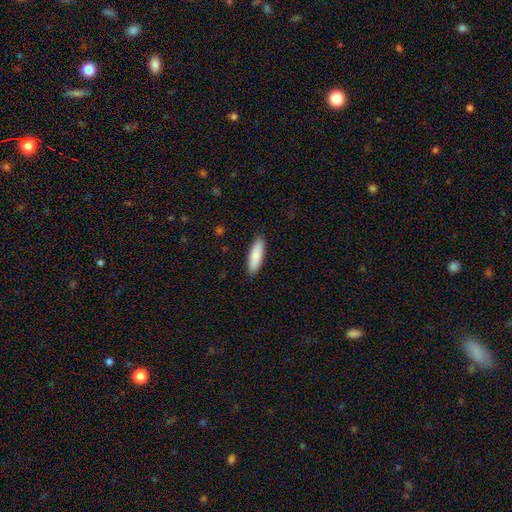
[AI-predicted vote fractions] A smooth galaxy with no disk features (87%) that is cigar-shaped (53%). Merging: none (90%).